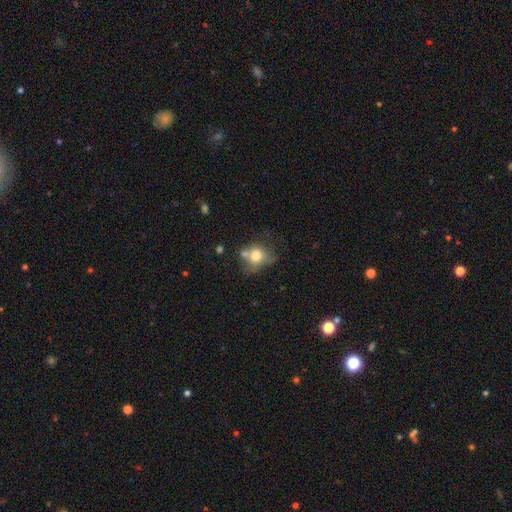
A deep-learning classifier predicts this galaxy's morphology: smooth 70%, featured or disk 19%, star or artifact 11%. Down the decision tree: how rounded — round (58%); merging — none (41%).